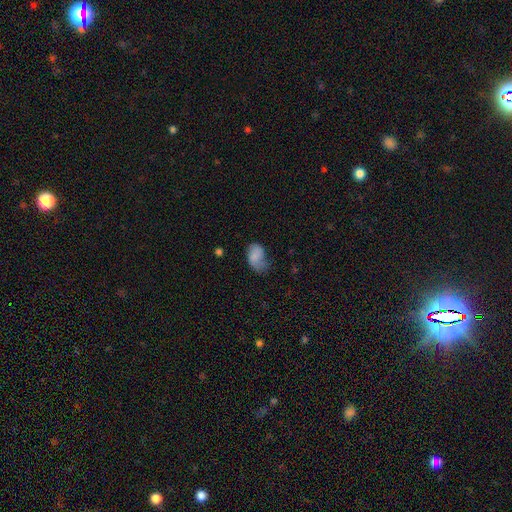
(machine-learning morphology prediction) A smooth galaxy with no disk features (73%) that is in between round and cigar-shaped (87%).

Vote fractions:
- Smooth or featured? smooth: 73% / featured or disk: 18% / star or artifact: 8%
- How rounded? in between: 87% / round: 11% / cigar-shaped: 1%
- Merging? minor disturbance: 36% / none: 35% / major disturbance: 26% / merger: 3%